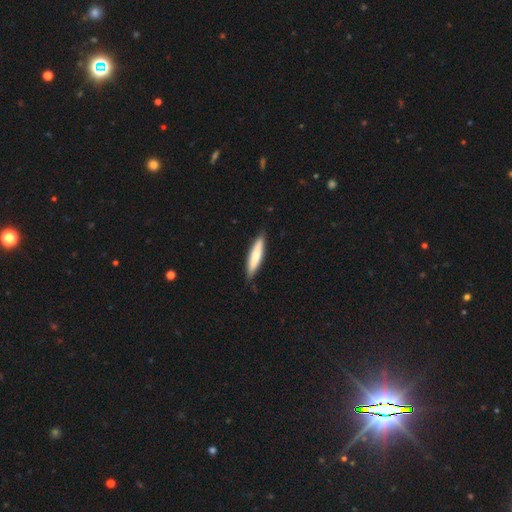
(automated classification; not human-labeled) A smooth galaxy with no disk features (71%) that is cigar-shaped (84%). Merging: none (86%).